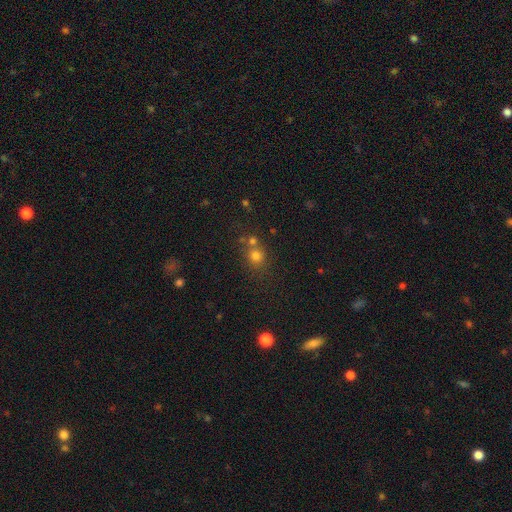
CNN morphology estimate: A smooth galaxy with no disk features (72%) that is round (85%).

Vote fractions:
- Smooth or featured? smooth: 72% / star or artifact: 19% / featured or disk: 9%
- How rounded? round: 85% / in between: 14% / cigar-shaped: 1%
- Merging? none: 61% / merger: 26% / minor disturbance: 9% / major disturbance: 4%